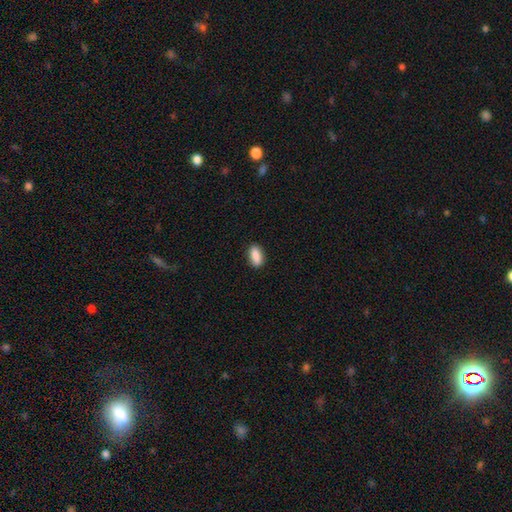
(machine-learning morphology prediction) smooth-or-featured: smooth: 89% | star or artifact: 7% | featured or disk: 4%
  how-rounded: in between: 86% | cigar-shaped: 11% | round: 4%
  merging: none: 88% | minor disturbance: 9% | major disturbance: 2% | merger: 1%